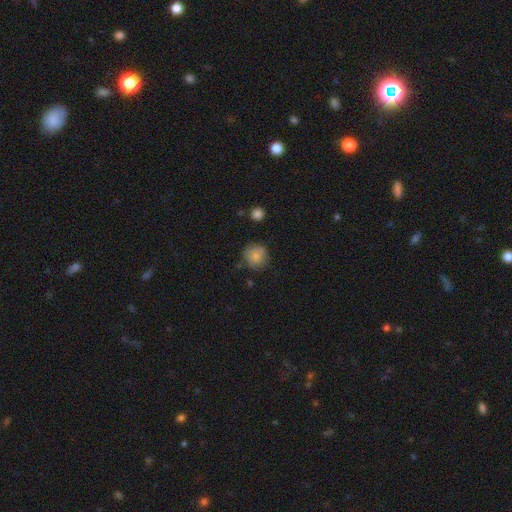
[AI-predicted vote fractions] This is clearly a smooth galaxy (83%). How rounded: clearly round (91%). Merging: likely none (79%).